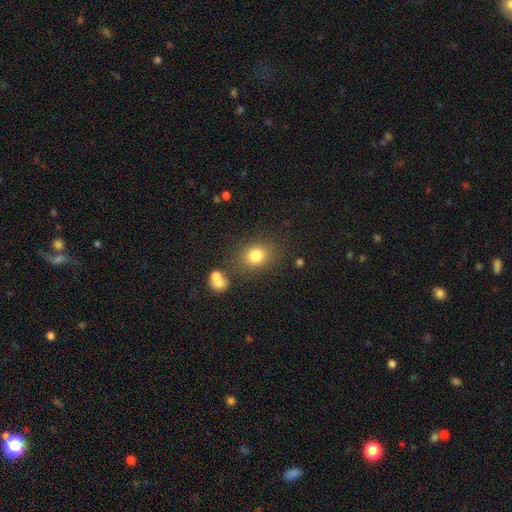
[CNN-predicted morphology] Overall: smooth (80%). How rounded: round (60%; in between 39%). Merging: none (77%).